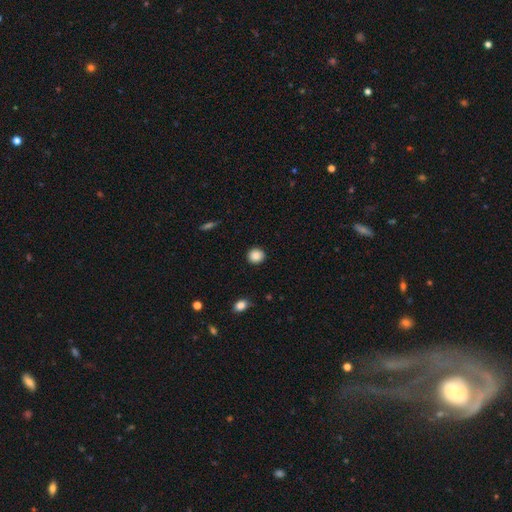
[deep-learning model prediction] The model was most divided on "how rounded": round: 88%, in between: 10%, cigar-shaped: 1%. More confident: merging — none (91%); smooth or featured — smooth (88%).